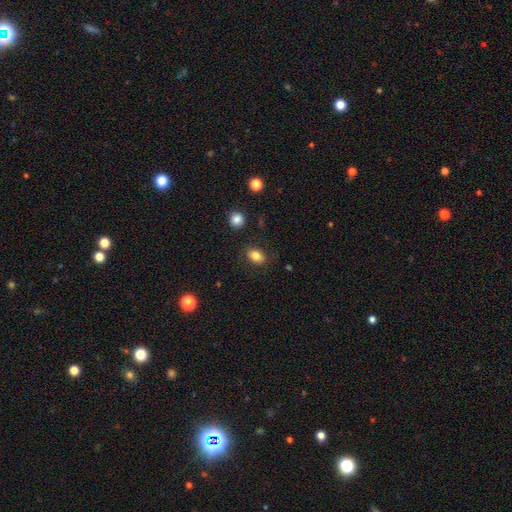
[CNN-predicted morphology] smooth-or-featured: smooth: 83% | star or artifact: 10% | featured or disk: 8%
  how-rounded: in between: 72% | round: 27% | cigar-shaped: 1%
  merging: none: 84% | minor disturbance: 11% | major disturbance: 4% | merger: 2%